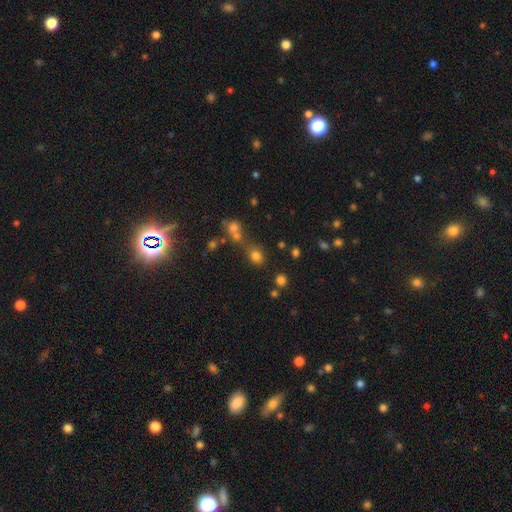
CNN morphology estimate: A smooth galaxy with no disk features (72%) that is round (60%).

Vote fractions:
- Smooth or featured? smooth: 72% / star or artifact: 20% / featured or disk: 8%
- How rounded? round: 60% / in between: 39% / cigar-shaped: 2%
- Merging? none: 61% / merger: 21% / minor disturbance: 12% / major disturbance: 6%